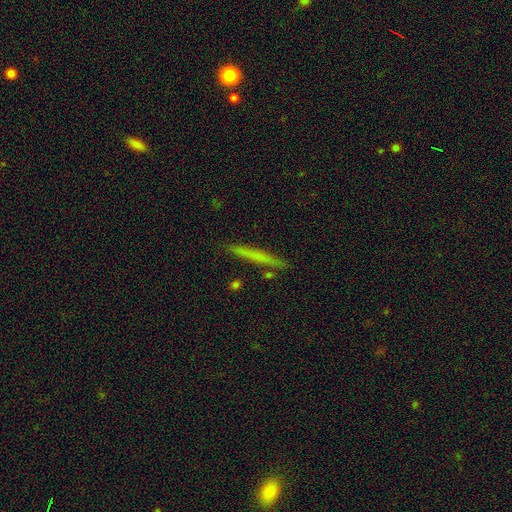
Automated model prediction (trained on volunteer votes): A smooth galaxy with no disk features (59%) that is cigar-shaped (96%).

Vote fractions:
- Smooth or featured? smooth: 59% / featured or disk: 34% / star or artifact: 7%
- How rounded? cigar-shaped: 96% / in between: 2% / round: 2%
- Merging? none: 88% / minor disturbance: 8% / merger: 2% / major disturbance: 2%